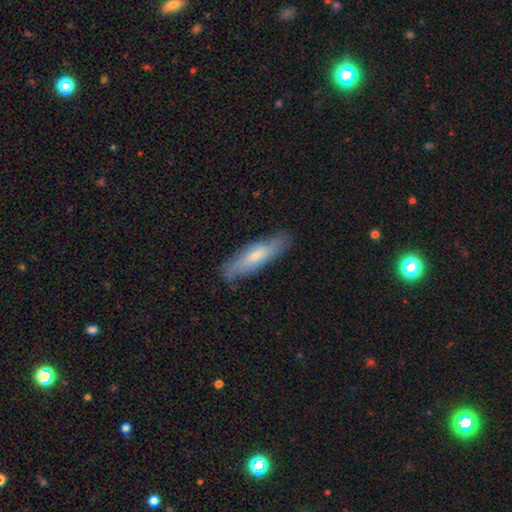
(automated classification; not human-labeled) Q: Smooth or featured?
A: smooth (56%); runner-up: featured or disk (38%)
Q: How rounded?
A: cigar-shaped (66%); runner-up: in between (33%)
Q: Merging?
A: none (80%); runner-up: minor disturbance (16%)